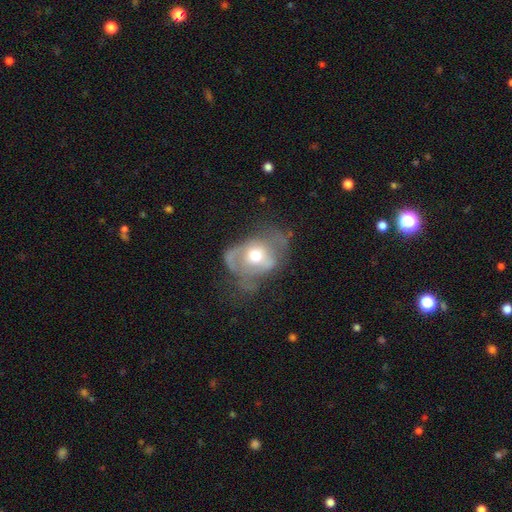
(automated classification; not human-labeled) A featured or disk galaxy (60%) with no bar (73%), no spiral arms (52%) and a moderate central bulge (66%).

Vote fractions:
- Smooth or featured? featured or disk: 60% / smooth: 32% / star or artifact: 7%
- Edge-on disk? no: 94% / yes: 6%
- Bar? no: 73% / weak: 21% / strong: 7%
- Spiral arms? no: 52% / yes: 48%
- Bulge size? moderate: 66% / large: 22% / small: 9% / dominant: 2% / none: 1%
- Merging? major disturbance: 42% / none: 29% / minor disturbance: 25% / merger: 4%